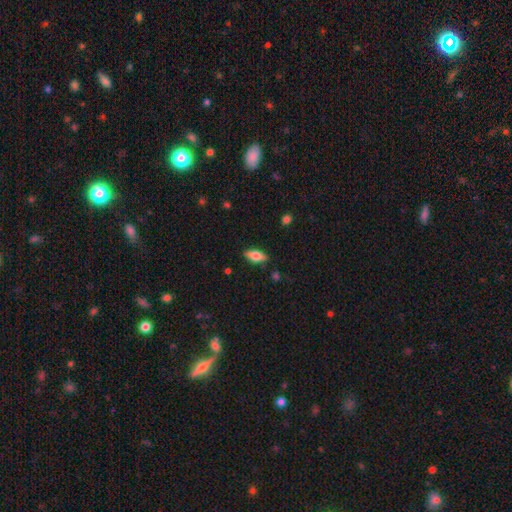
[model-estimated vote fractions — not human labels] Smooth or featured? smooth (68%)
How rounded? in between (79%)
Merging? none (85%)